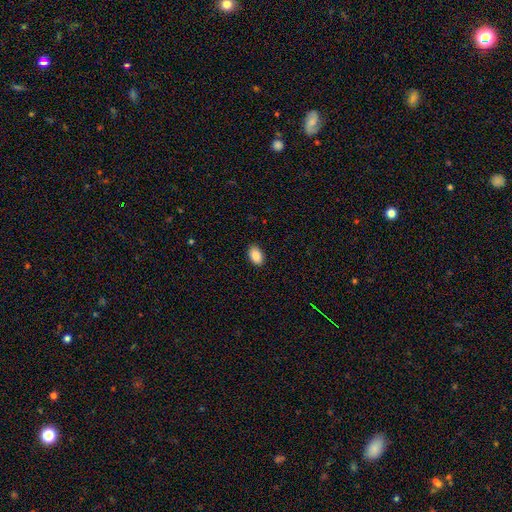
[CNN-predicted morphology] smooth 89%, star or artifact 7%, featured or disk 3%. Down the decision tree: how rounded — in between (91%); merging — none (90%).